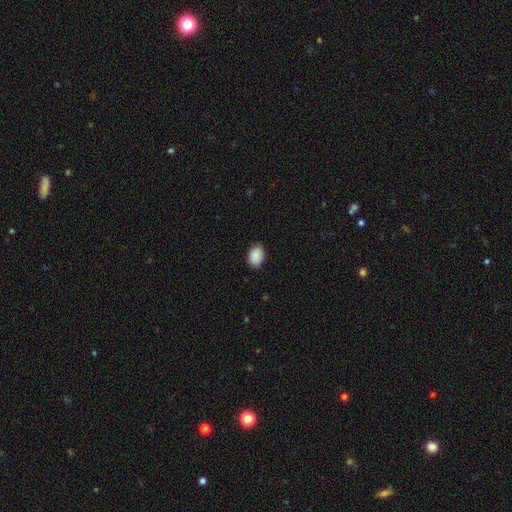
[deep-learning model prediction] Smooth or featured?
  - smooth: 90% *
  - star or artifact: 7%
  - featured or disk: 3%
How rounded?
  - in between: 80% *
  - round: 19%
  - cigar-shaped: 1%
Merging?
  - none: 87% *
  - minor disturbance: 10%
  - major disturbance: 2%
  - merger: 1%